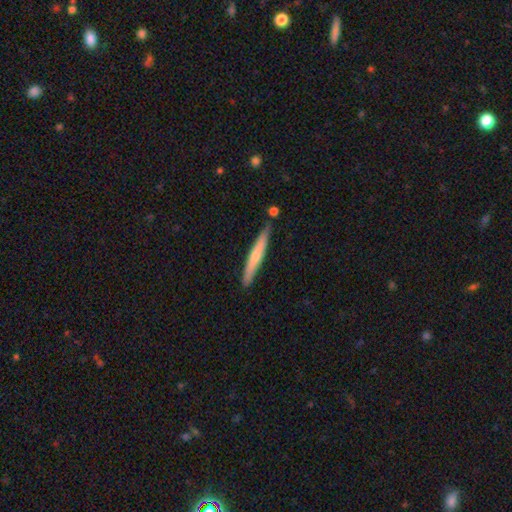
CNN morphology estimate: A smooth galaxy with no disk features (52%) that is cigar-shaped (95%).

Vote fractions:
- Smooth or featured? smooth: 52% / featured or disk: 42% / star or artifact: 5%
- How rounded? cigar-shaped: 95% / in between: 4% / round: 1%
- Merging? none: 83% / minor disturbance: 11% / merger: 4% / major disturbance: 2%